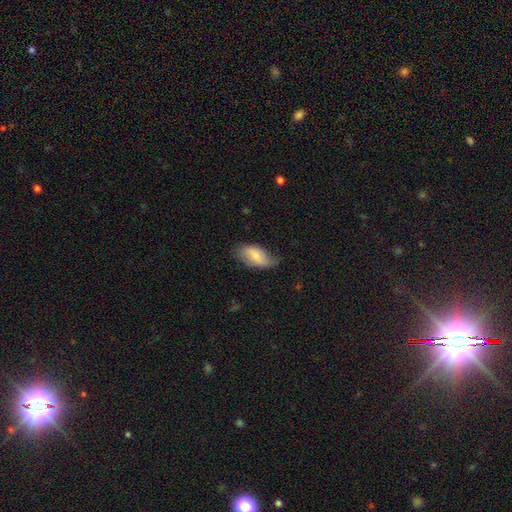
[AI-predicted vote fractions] The model was most divided on "merging": none: 53%, minor disturbance: 34%, major disturbance: 11%, merger: 2%. More confident: how rounded — in between (93%); smooth or featured — smooth (64%).